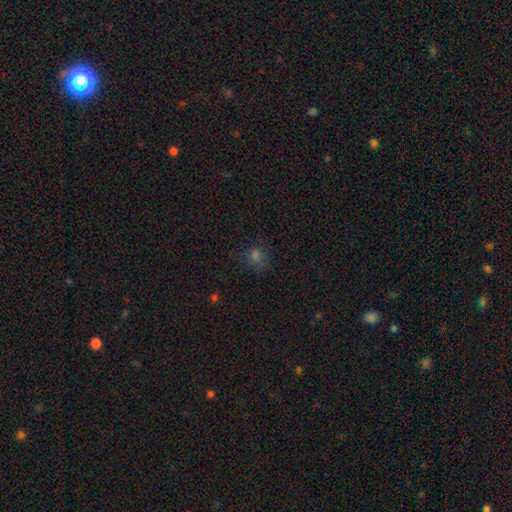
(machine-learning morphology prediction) Smooth or featured? smooth (65%)
How rounded? round (65%)
Merging? none (67%)